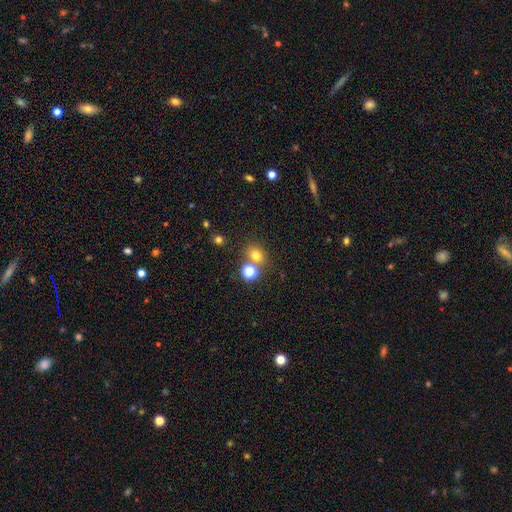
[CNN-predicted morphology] This appears to be a smooth galaxy with no disk features (73%) that is round (68%). Merging: none (67%).